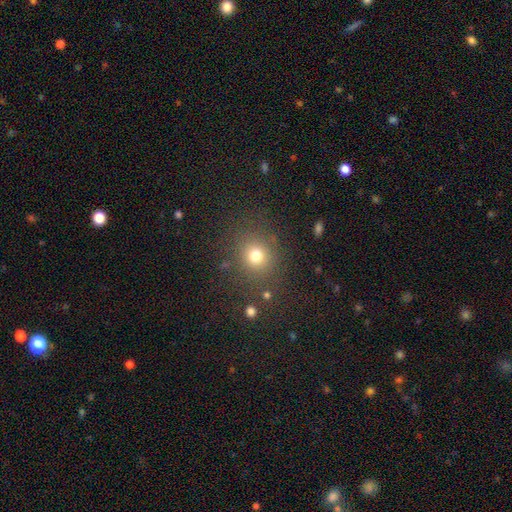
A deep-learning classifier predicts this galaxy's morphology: smooth 75%, star or artifact 17%, featured or disk 8%. Down the decision tree: how rounded — round (80%); merging — none (83%).